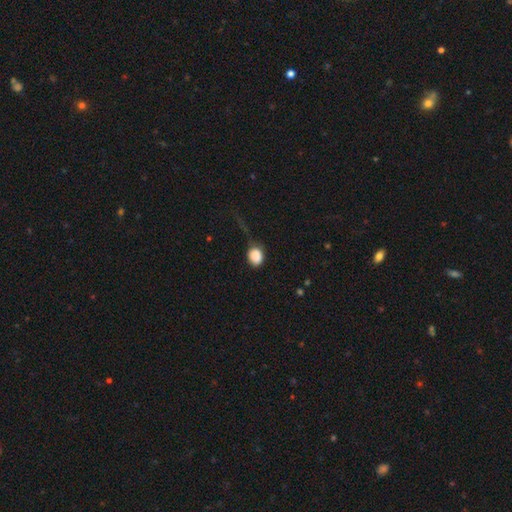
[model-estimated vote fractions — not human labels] Q: Smooth or featured?
A: smooth (87%); runner-up: star or artifact (8%)
Q: How rounded?
A: round (56%); runner-up: in between (42%)
Q: Merging?
A: none (45%); runner-up: minor disturbance (28%)